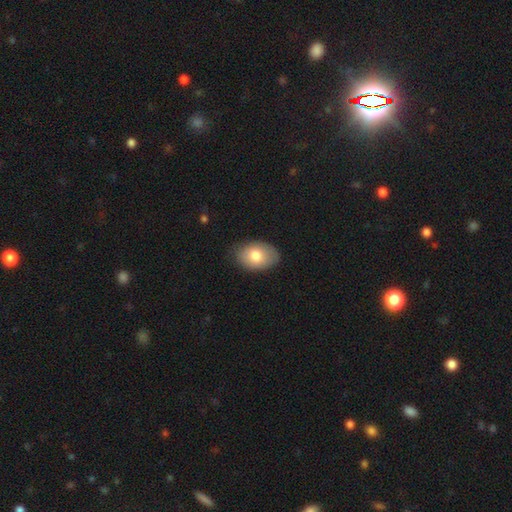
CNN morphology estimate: Smooth or featured? Predicted: smooth (p=0.78). How rounded? Predicted: in between (p=0.86). Merging? Predicted: none (p=0.79).